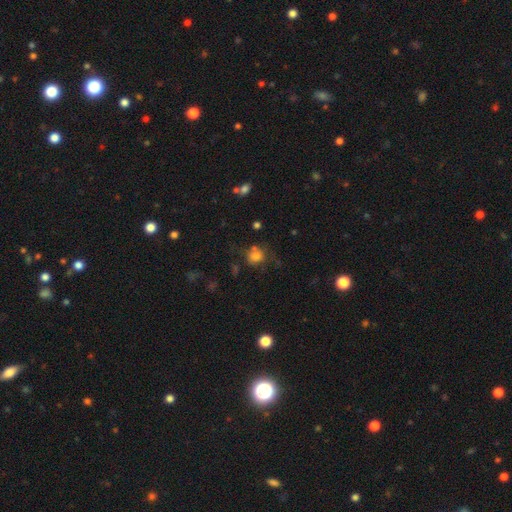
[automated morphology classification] smooth_or_featured: smooth (p=0.73) [alt: star or artifact p=0.15]
how_rounded: round (p=0.70) [alt: in between p=0.29]
merging: none (p=0.54) [alt: minor disturbance p=0.21]